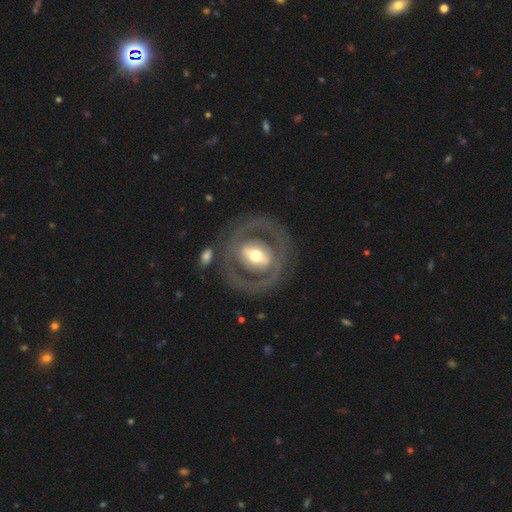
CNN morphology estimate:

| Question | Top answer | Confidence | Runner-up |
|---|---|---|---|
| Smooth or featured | featured or disk | 71% | smooth (23%) |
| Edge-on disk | no | 94% | yes (6%) |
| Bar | strong | 47% | weak (27%) |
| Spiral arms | no | 64% | yes (36%) |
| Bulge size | moderate | 65% | large (17%) |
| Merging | none | 77% | minor disturbance (10%) |